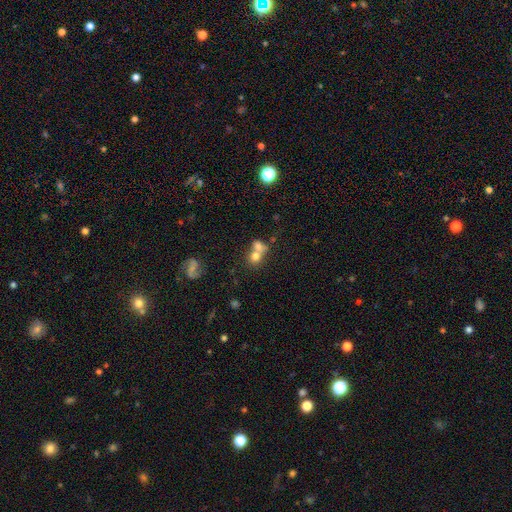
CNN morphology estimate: Overall: smooth (70%). How rounded: round (69%). Merging: merger (61%; none 28%).